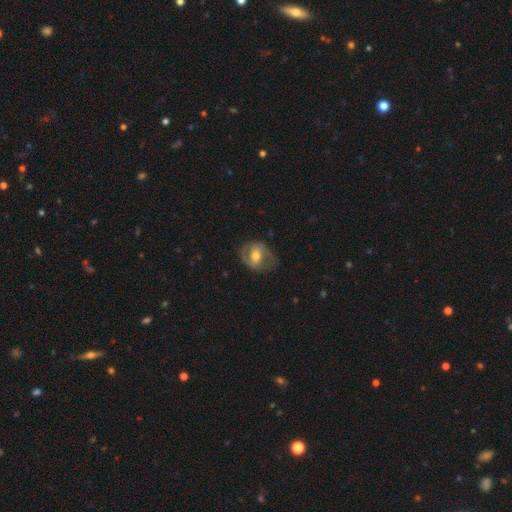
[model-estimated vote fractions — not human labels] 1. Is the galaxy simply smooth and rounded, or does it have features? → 64% featured or disk, 29% smooth, 7% star or artifact.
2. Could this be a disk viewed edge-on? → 96% no, 4% yes.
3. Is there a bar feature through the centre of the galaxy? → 40% weak, 37% no, 23% strong.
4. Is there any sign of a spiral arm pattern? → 78% yes, 22% no.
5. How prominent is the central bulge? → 67% moderate, 23% small, 7% large, 1% none, 1% dominant.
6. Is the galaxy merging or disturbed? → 66% none, 21% minor disturbance, 12% major disturbance, 1% merger.